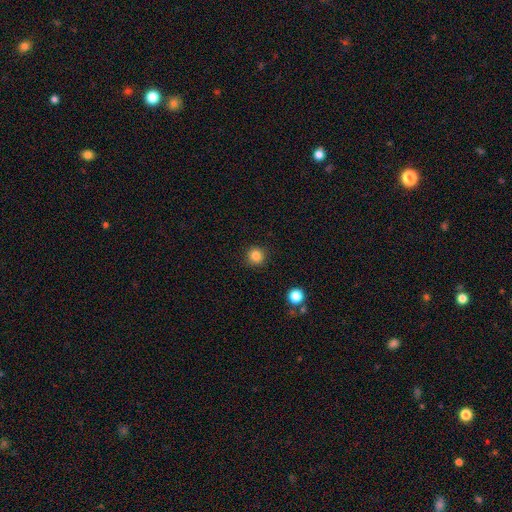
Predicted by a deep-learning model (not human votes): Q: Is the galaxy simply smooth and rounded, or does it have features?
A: smooth — 84%.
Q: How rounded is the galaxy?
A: round — 95%.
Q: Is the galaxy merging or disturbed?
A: none — 91%.